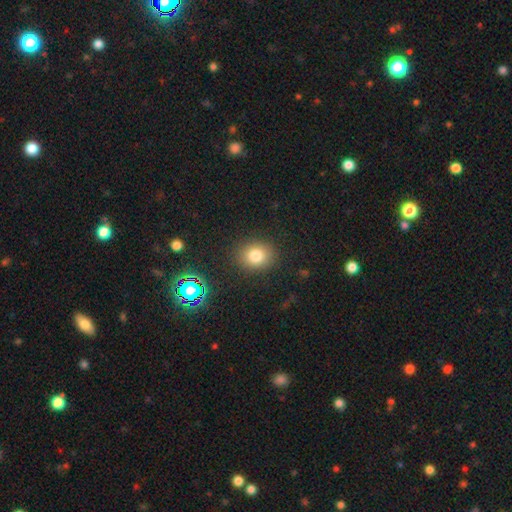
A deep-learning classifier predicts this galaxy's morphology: Smooth or featured?
  - smooth: 79% *
  - star or artifact: 14%
  - featured or disk: 7%
How rounded?
  - round: 65% *
  - in between: 34%
  - cigar-shaped: 1%
Merging?
  - none: 87% *
  - minor disturbance: 8%
  - major disturbance: 3%
  - merger: 2%